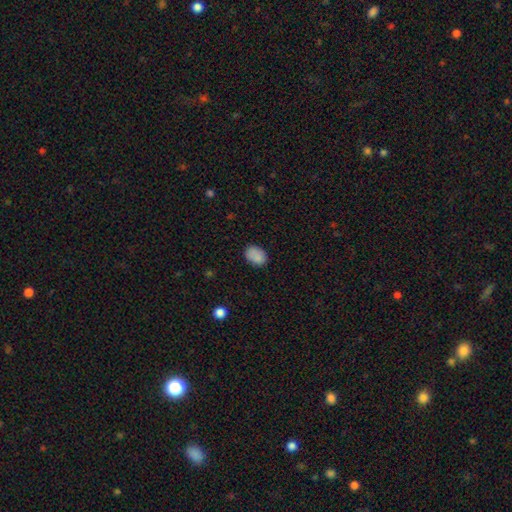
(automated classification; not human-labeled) smooth-or-featured: smooth: 87% | star or artifact: 9% | featured or disk: 5%
  how-rounded: in between: 76% | round: 23% | cigar-shaped: 1%
  merging: none: 82% | minor disturbance: 13% | major disturbance: 3% | merger: 1%